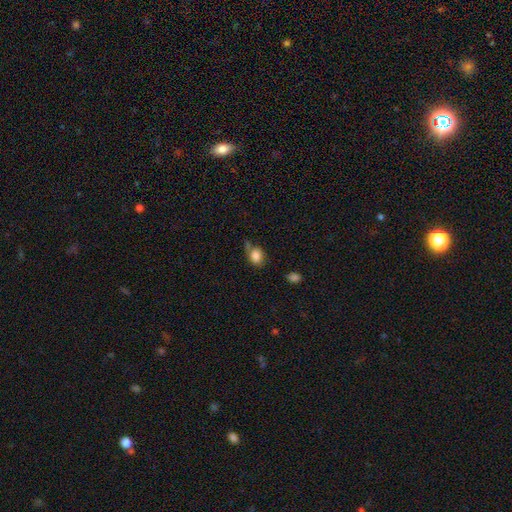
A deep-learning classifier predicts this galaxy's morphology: smooth-or-featured: smooth: 82% | star or artifact: 9% | featured or disk: 8%
  how-rounded: in between: 57% | round: 42% | cigar-shaped: 1%
  merging: none: 53% | minor disturbance: 25% | merger: 12% | major disturbance: 10%